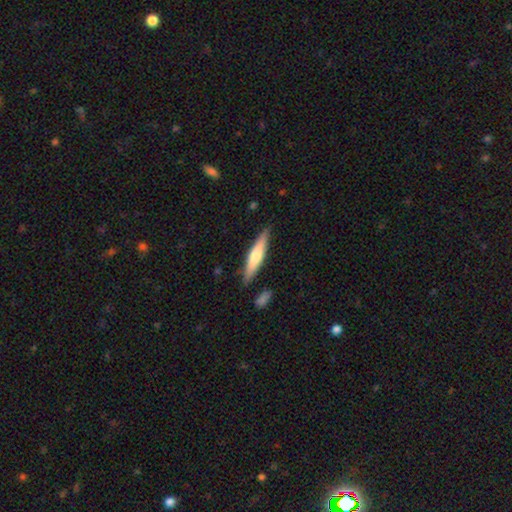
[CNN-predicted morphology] Smooth or featured?
  - smooth: 57% *
  - featured or disk: 38%
  - star or artifact: 5%
How rounded?
  - cigar-shaped: 85% *
  - in between: 13%
  - round: 1%
Merging?
  - none: 85% *
  - minor disturbance: 11%
  - merger: 2%
  - major disturbance: 2%